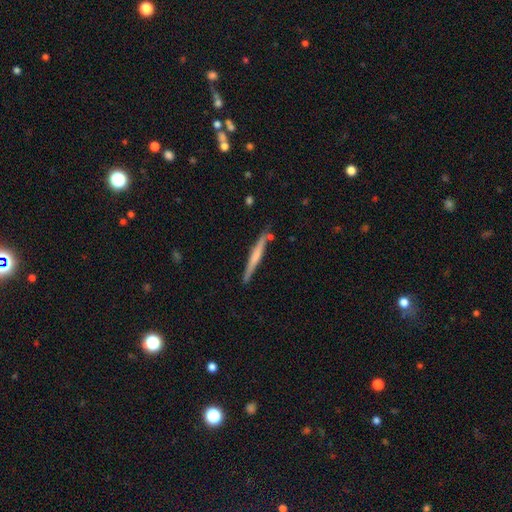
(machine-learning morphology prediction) Smooth or featured? Predicted: featured or disk (p=0.49). Merging? Predicted: none (p=0.84).